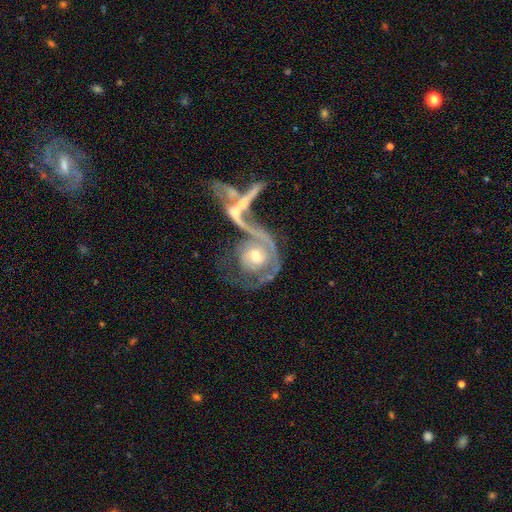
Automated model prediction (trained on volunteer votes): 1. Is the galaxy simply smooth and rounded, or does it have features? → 76% featured or disk, 15% smooth, 8% star or artifact.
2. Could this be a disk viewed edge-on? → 94% no, 6% yes.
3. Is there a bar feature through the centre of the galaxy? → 76% no, 18% weak, 7% strong.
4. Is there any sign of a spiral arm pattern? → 67% yes, 33% no.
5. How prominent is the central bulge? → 55% moderate, 33% small, 5% large, 5% none, 2% dominant.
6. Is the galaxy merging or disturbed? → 46% merger, 27% major disturbance, 18% none, 9% minor disturbance.